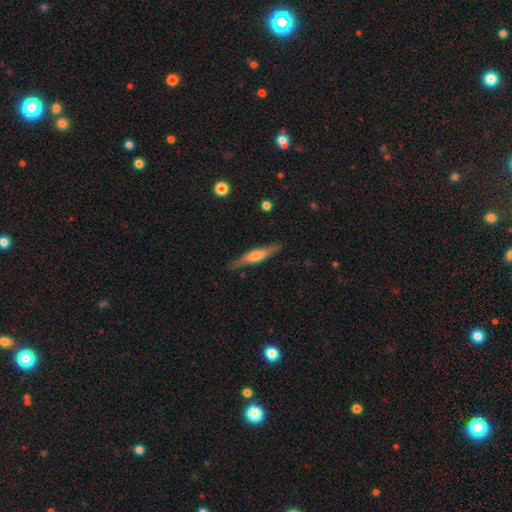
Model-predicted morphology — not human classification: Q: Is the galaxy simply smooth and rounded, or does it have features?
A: featured or disk — 51%.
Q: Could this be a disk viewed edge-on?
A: yes — 91%.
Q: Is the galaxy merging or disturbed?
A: none — 84%.